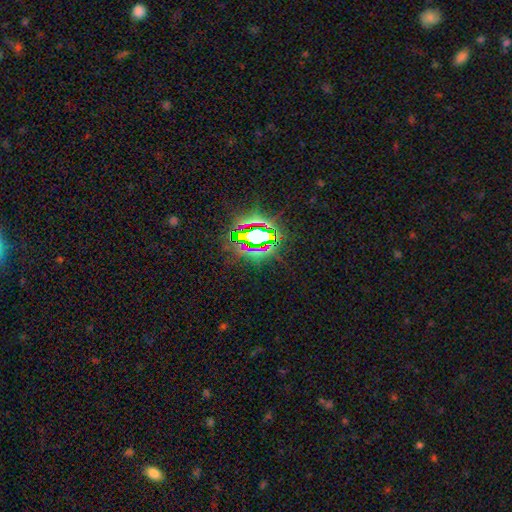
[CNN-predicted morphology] Q: Smooth or featured?
A: star or artifact (78%); runner-up: smooth (12%)